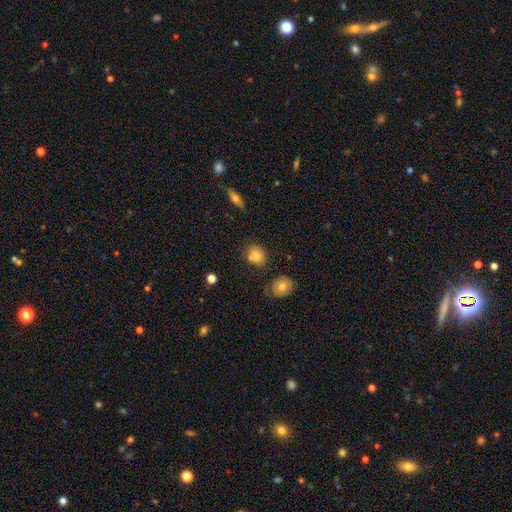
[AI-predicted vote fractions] Smooth or featured? smooth (78%)
How rounded? round (74%)
Merging? none (72%)